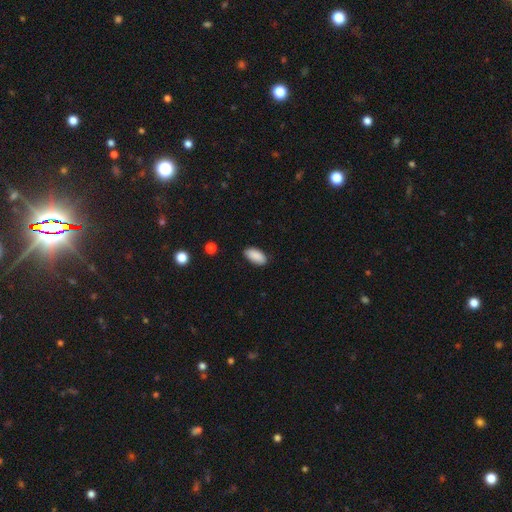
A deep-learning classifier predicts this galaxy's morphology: smooth_or_featured: smooth (p=0.90) [alt: star or artifact p=0.07]
how_rounded: in between (p=0.93) [alt: cigar-shaped p=0.05]
merging: none (p=0.87) [alt: minor disturbance p=0.10]